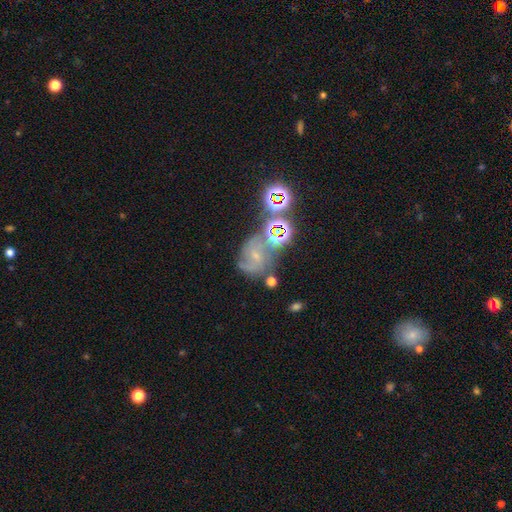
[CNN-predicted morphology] The model was most divided on "bar": no: 47%, weak: 40%, strong: 13%. Remaining: edge-on disk — no (97%); spiral arms — yes (90%); bulge size — small (67%); smooth or featured — featured or disk (56%); merging — none (47%).